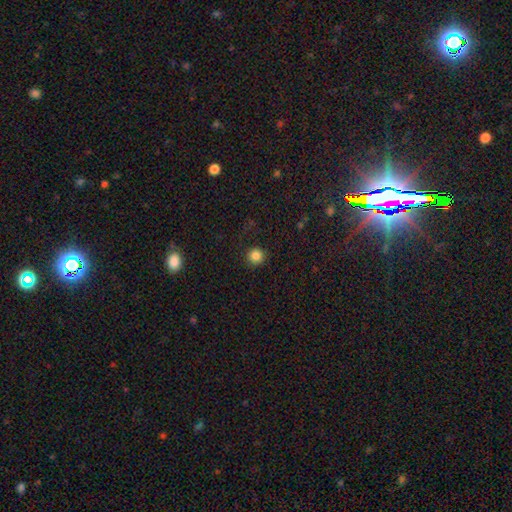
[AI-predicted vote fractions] Overall: smooth (84%). How rounded: round (95%). Merging: none (90%).